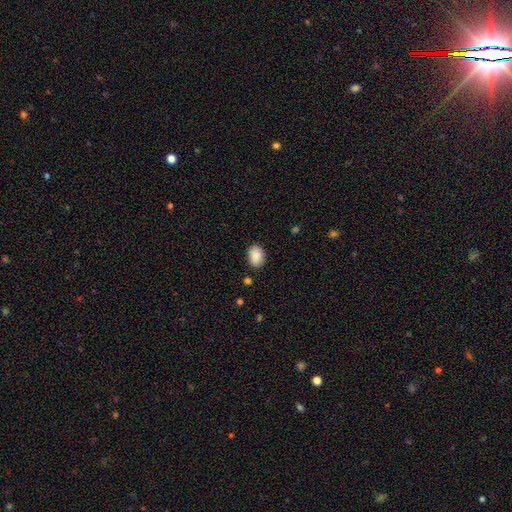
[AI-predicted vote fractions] Overall: smooth (89%). How rounded: in between (78%). Merging: none (86%).